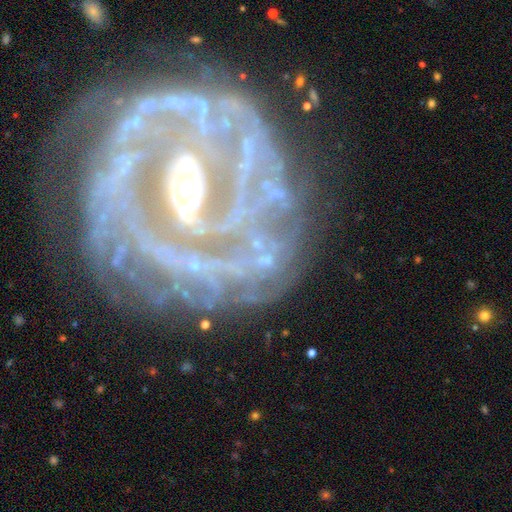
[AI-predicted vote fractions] Morphology: type=featured or disk (89%); edge-on=no (97%); bar=strong (45%); spiral arms=yes (91%); winding=tight (68%); arm count=can't tell (28%); bulge=moderate (63%); merging=none (72%).